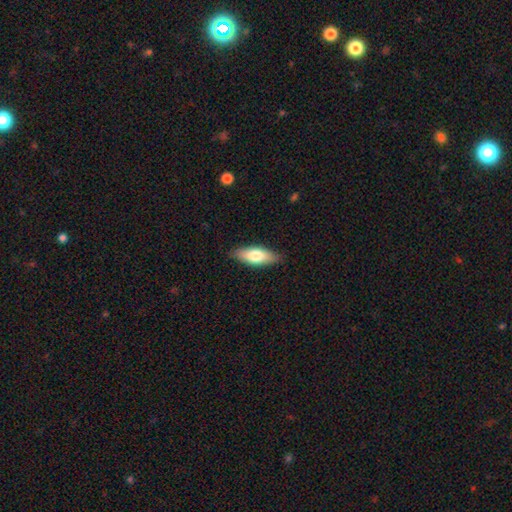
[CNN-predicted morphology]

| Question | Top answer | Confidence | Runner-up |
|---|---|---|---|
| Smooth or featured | smooth | 72% | featured or disk (22%) |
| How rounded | in between | 70% | cigar-shaped (28%) |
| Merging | none | 86% | minor disturbance (11%) |